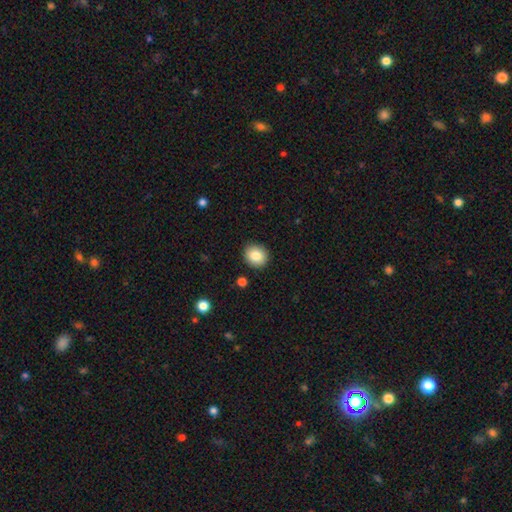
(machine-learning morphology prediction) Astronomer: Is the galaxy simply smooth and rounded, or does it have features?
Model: smooth — 85%.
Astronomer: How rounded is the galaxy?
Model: round — 78%.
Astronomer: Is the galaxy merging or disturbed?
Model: none — 90%.